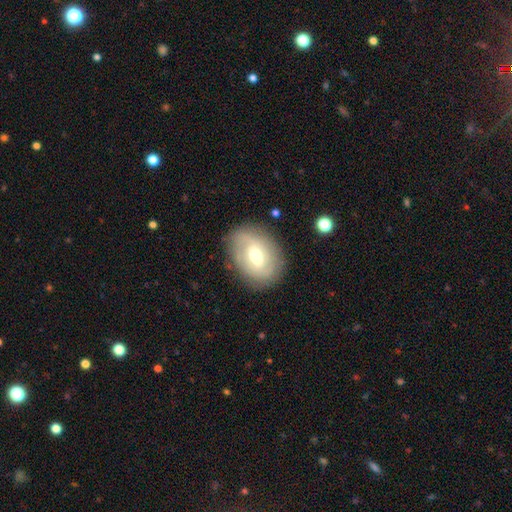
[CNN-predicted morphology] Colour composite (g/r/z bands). It shows a featured or disk galaxy (57%) with a weak bar (50%), spiral arms (59%) and a moderate central bulge (71%). Merging: none (79%).